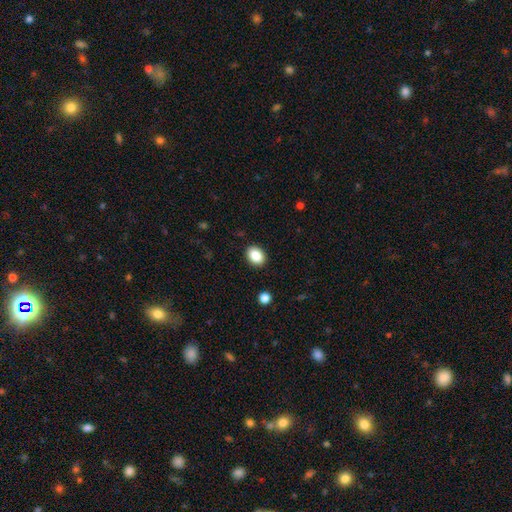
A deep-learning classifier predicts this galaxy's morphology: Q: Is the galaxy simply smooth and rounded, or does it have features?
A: smooth — 87%.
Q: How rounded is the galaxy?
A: in between — 68%.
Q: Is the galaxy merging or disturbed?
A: none — 90%.